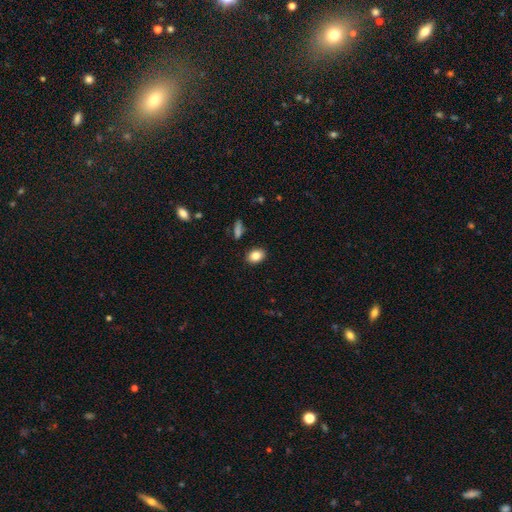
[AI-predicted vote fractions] smooth 85%, star or artifact 8%, featured or disk 7%. Down the decision tree: how rounded — in between (76%); merging — none (89%).